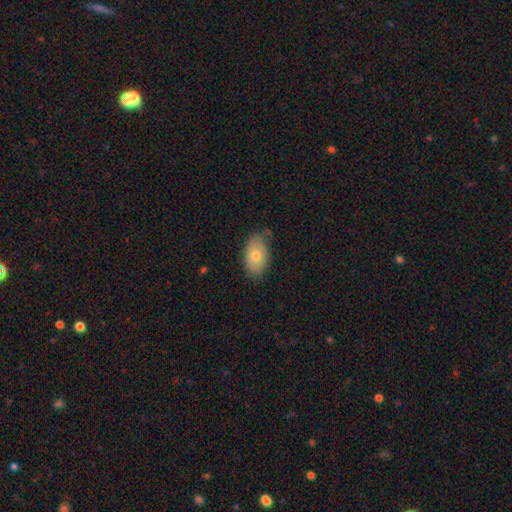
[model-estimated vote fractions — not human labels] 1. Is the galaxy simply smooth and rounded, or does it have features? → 74% smooth, 19% featured or disk, 7% star or artifact.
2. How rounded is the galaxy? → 92% in between, 7% round, 2% cigar-shaped.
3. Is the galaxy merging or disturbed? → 72% none, 23% minor disturbance, 4% major disturbance, 2% merger.